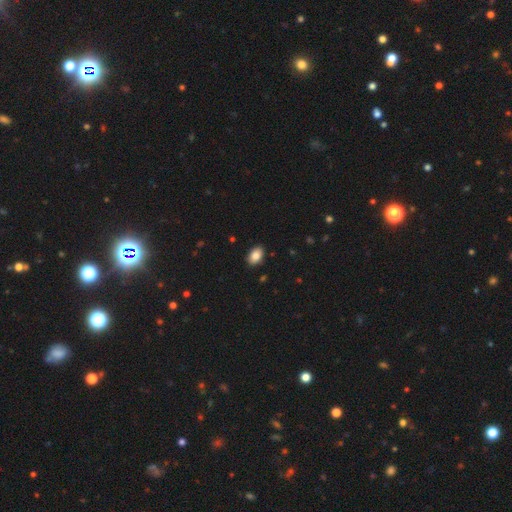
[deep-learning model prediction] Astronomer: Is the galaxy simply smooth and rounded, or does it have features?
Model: smooth — 86%.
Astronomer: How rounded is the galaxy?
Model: in between — 87%.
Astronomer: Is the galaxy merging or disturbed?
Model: none — 89%.